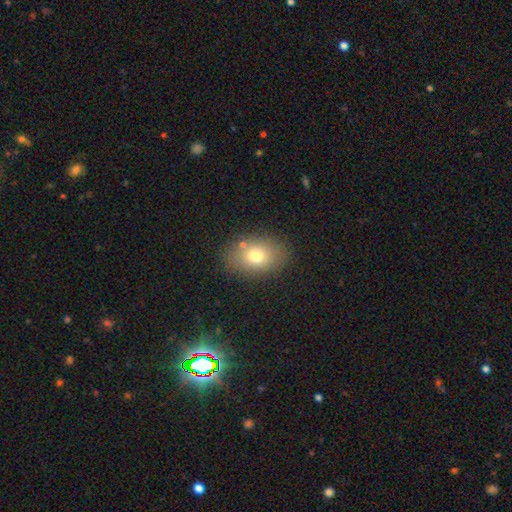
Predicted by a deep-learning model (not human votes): smooth_or_featured: smooth (p=0.74) [alt: featured or disk p=0.14]
how_rounded: in between (p=0.73) [alt: round p=0.26]
merging: none (p=0.82) [alt: minor disturbance p=0.11]